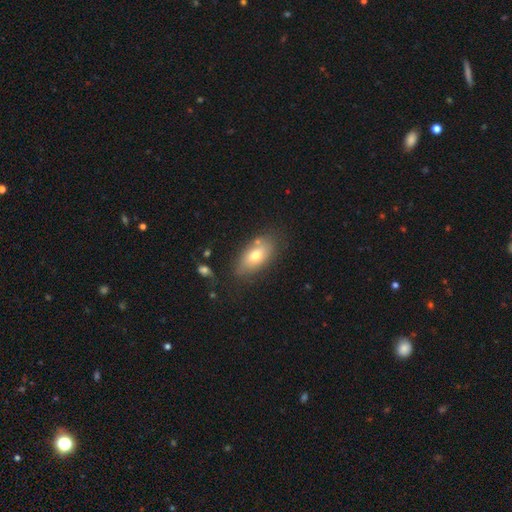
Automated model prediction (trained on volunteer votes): Q: Smooth or featured?
A: smooth (70%); runner-up: featured or disk (22%)
Q: How rounded?
A: in between (89%); runner-up: round (6%)
Q: Merging?
A: none (74%); runner-up: minor disturbance (16%)